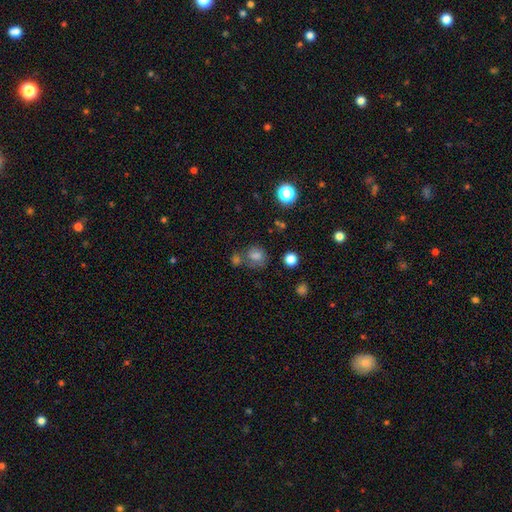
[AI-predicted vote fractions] A smooth galaxy with no disk features (73%) that is round (68%).

Vote fractions:
- Smooth or featured? smooth: 73% / star or artifact: 16% / featured or disk: 11%
- How rounded? round: 68% / in between: 31% / cigar-shaped: 1%
- Merging? none: 52% / merger: 24% / minor disturbance: 16% / major disturbance: 8%